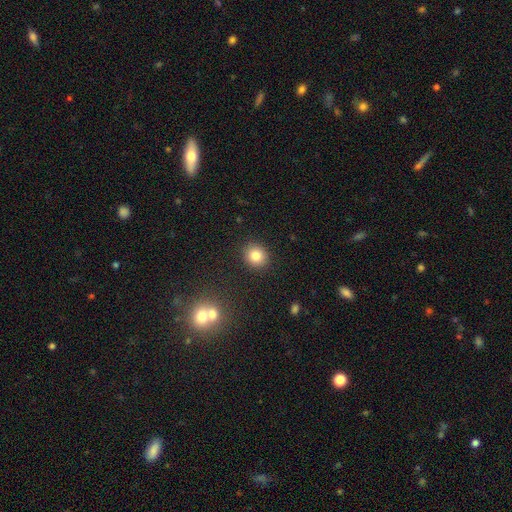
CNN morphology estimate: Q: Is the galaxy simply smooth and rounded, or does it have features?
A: smooth — 82%.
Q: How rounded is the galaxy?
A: round — 80%.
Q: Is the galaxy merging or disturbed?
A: none — 90%.